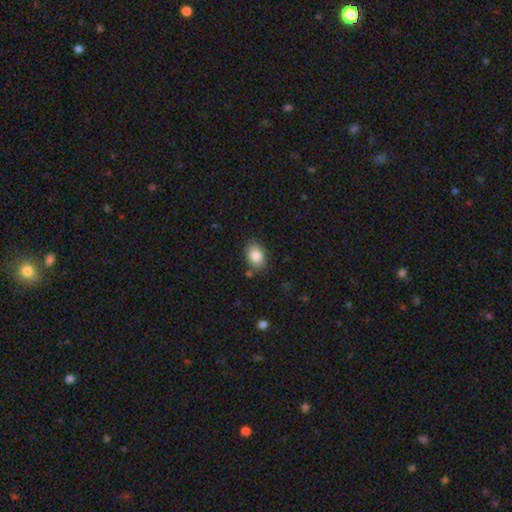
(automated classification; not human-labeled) A smooth galaxy with no disk features (86%) that is in between round and cigar-shaped (77%). Merging: none (82%).